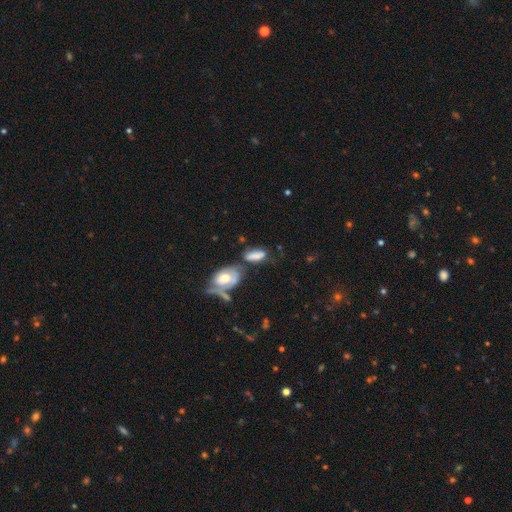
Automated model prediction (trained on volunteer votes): Smooth or featured: smooth — 70% (featured or disk — 21%)
How rounded: in between — 80% (cigar-shaped — 16%)
Merging: none — 37% (merger — 27%)